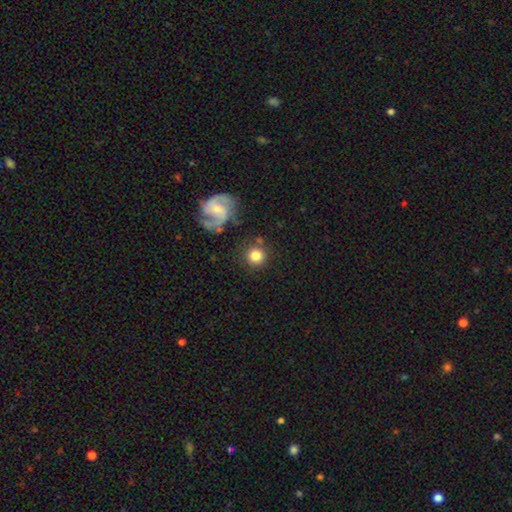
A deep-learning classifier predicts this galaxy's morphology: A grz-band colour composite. It shows a smooth galaxy with no disk features (78%) that is round (94%). Merging: none (81%).